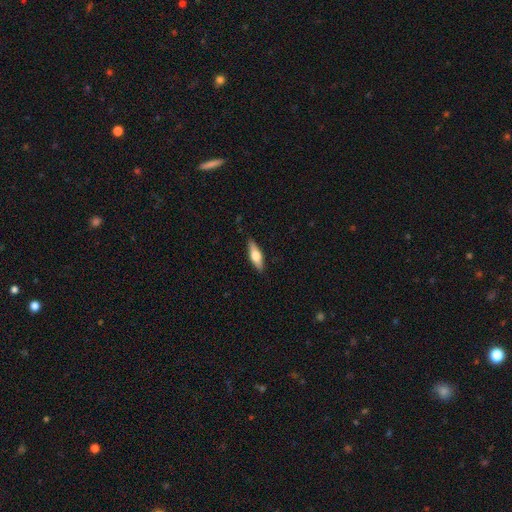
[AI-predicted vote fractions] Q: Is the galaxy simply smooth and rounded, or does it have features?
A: smooth — 51%.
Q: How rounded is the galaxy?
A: cigar-shaped — 50%.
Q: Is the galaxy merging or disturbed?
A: none — 88%.